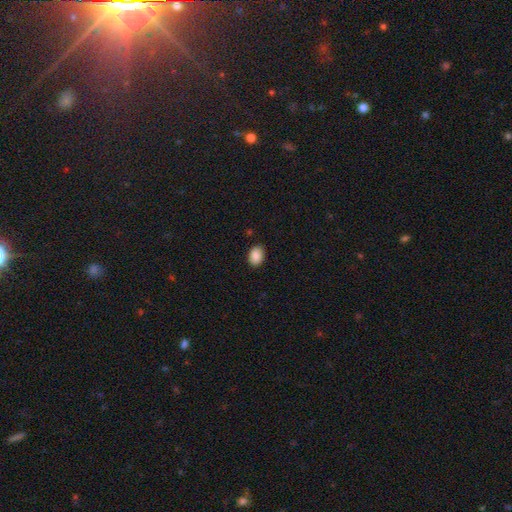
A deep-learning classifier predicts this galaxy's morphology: The model was most divided on "how rounded": in between: 76%, round: 23%, cigar-shaped: 1%. More confident: merging — none (89%); smooth or featured — smooth (88%).